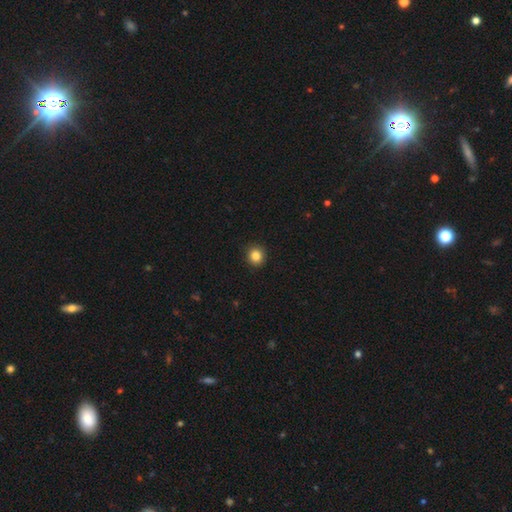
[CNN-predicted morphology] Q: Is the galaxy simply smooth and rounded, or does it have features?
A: smooth — 85%.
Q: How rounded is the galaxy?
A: round — 89%.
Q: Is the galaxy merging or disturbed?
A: none — 92%.